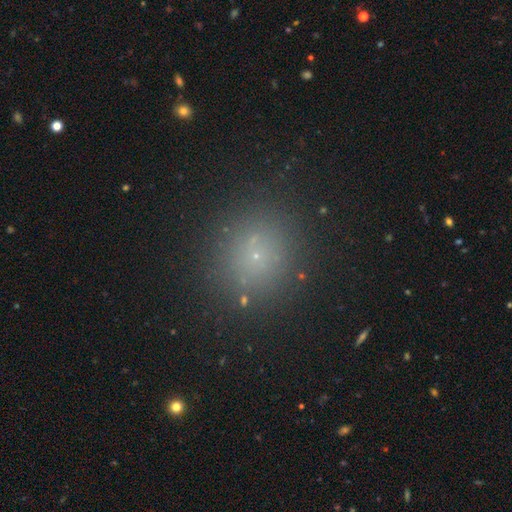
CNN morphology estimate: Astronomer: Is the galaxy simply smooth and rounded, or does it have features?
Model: smooth — 63%.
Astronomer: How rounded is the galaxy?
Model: round — 87%.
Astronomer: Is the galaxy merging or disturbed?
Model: none — 86%.